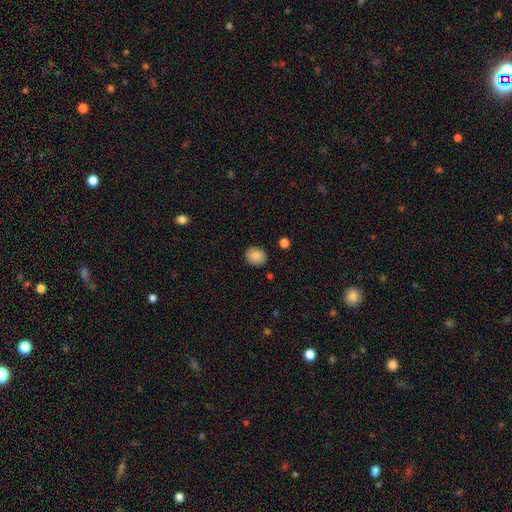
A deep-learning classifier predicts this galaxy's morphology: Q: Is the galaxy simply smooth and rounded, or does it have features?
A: smooth — 88%.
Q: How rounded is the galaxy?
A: round — 61%.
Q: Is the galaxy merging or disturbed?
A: none — 87%.